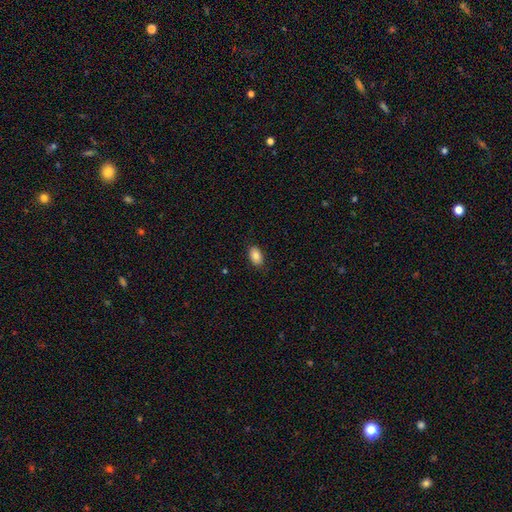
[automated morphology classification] Smooth or featured? Predicted: smooth (p=0.84). How rounded? Predicted: in between (p=0.90). Merging? Predicted: none (p=0.86).